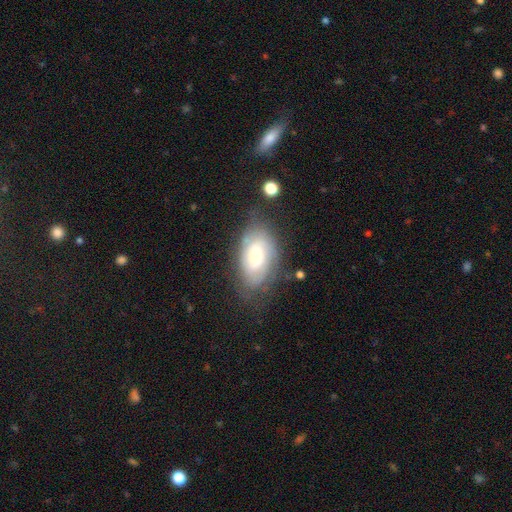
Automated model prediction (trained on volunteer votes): A featured or disk galaxy (47%).

Vote fractions:
- Smooth or featured? featured or disk: 47% / smooth: 45% / star or artifact: 8%
- Merging? none: 64% / minor disturbance: 24% / major disturbance: 10% / merger: 3%